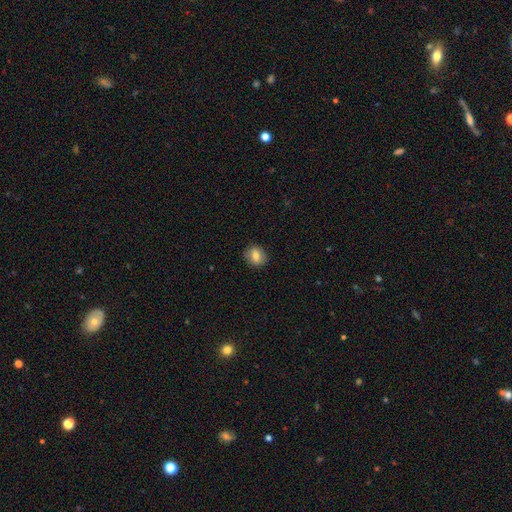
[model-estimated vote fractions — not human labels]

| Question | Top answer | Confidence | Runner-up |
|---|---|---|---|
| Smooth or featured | smooth | 75% | featured or disk (16%) |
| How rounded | round | 65% | in between (34%) |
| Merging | none | 88% | minor disturbance (9%) |